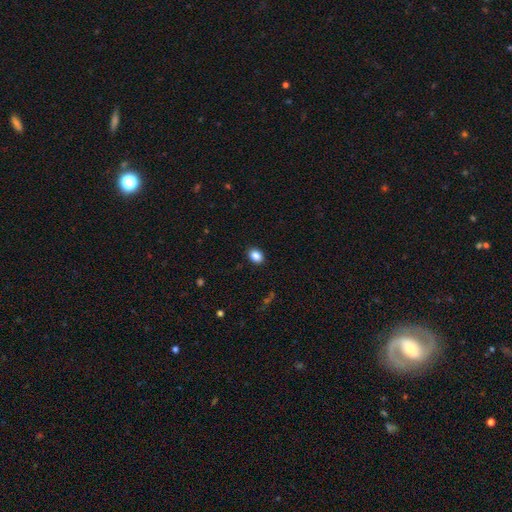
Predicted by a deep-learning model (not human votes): This appears to be a smooth galaxy with no disk features (87%) that is in between round and cigar-shaped (67%). Merging: none (90%).